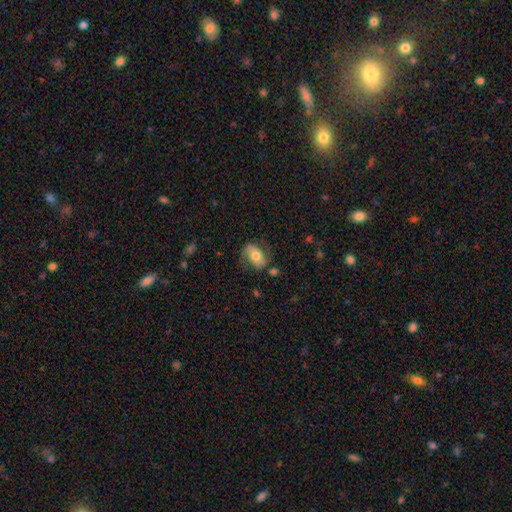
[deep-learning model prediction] Smooth or featured: smooth — 51% (featured or disk — 41%)
How rounded: in between — 86% (round — 11%)
Merging: none — 65% (minor disturbance — 22%)